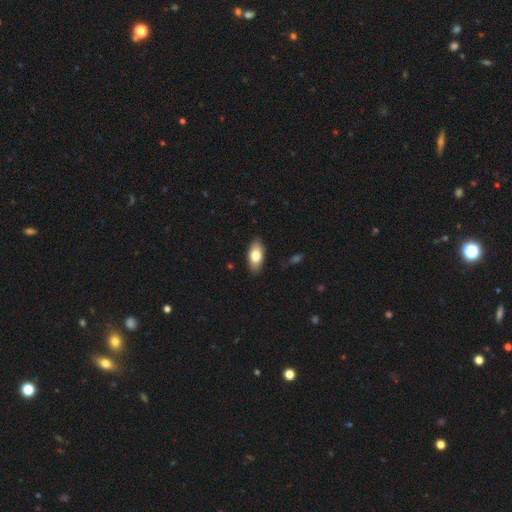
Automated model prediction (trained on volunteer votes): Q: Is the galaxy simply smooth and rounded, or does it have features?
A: smooth — 78%.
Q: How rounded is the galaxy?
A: in between — 90%.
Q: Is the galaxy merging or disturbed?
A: none — 87%.